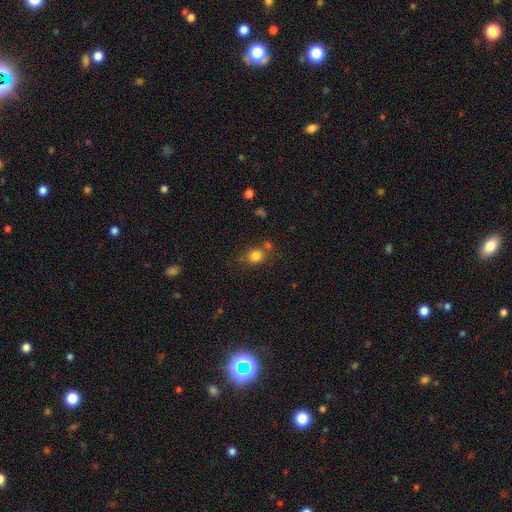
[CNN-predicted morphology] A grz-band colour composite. It shows a smooth galaxy with no disk features (82%) that is round (70%). Merging: none (62%).